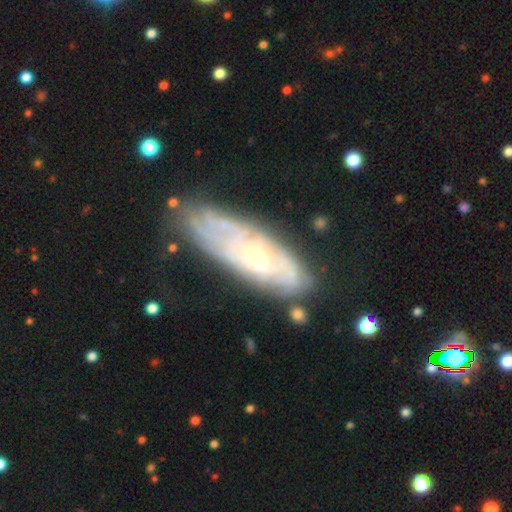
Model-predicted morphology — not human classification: This appears to be a featured or disk galaxy (73%) with no bar (78%), spiral arms (75%) and a small central bulge (69%). Merging: none (67%).